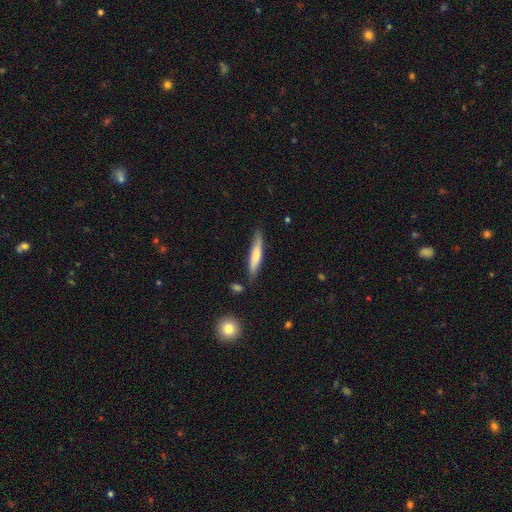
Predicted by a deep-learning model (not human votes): Morphology: type=smooth (68%); roundness=cigar-shaped (87%); merging=none (77%).